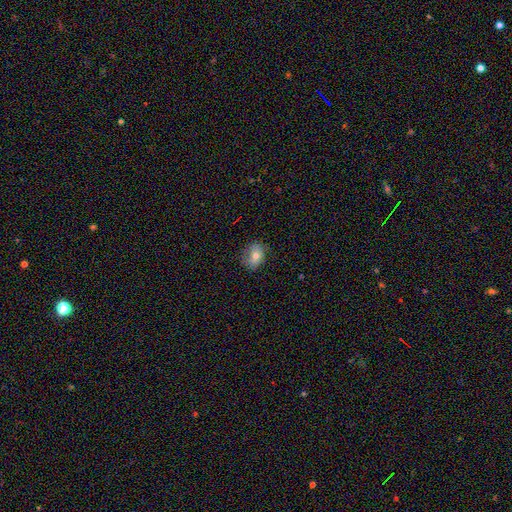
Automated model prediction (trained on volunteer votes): Q: Smooth or featured?
A: smooth (72%); runner-up: featured or disk (18%)
Q: How rounded?
A: in between (63%); runner-up: round (36%)
Q: Merging?
A: none (75%); runner-up: minor disturbance (19%)